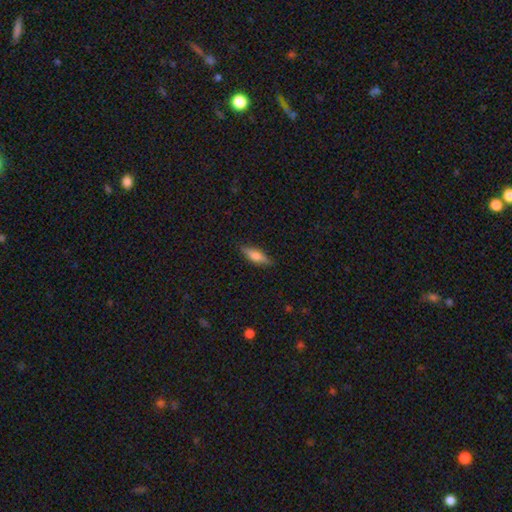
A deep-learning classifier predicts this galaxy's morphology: Smooth or featured: smooth — 61% (featured or disk — 33%)
How rounded: cigar-shaped — 52% (in between — 45%)
Merging: none — 87% (minor disturbance — 10%)